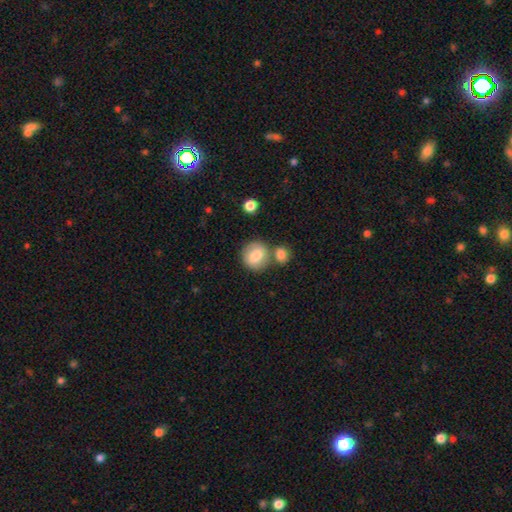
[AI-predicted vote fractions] smooth-or-featured: smooth: 82% | featured or disk: 11% | star or artifact: 7%
  how-rounded: round: 81% | in between: 18% | cigar-shaped: 1%
  merging: none: 61% | merger: 25% | minor disturbance: 11% | major disturbance: 3%